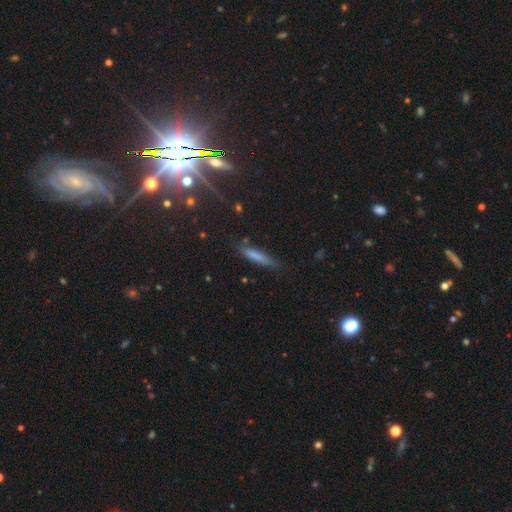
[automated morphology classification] Smooth or featured? Predicted: smooth (p=0.72). How rounded? Predicted: cigar-shaped (p=0.89). Merging? Predicted: none (p=0.79).